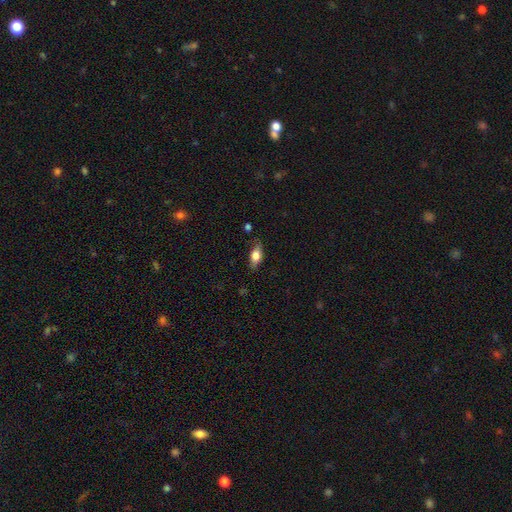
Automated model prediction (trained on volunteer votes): smooth-or-featured: smooth: 67% | featured or disk: 26% | star or artifact: 8%
  how-rounded: in between: 80% | cigar-shaped: 14% | round: 6%
  merging: none: 75% | minor disturbance: 19% | major disturbance: 5% | merger: 2%